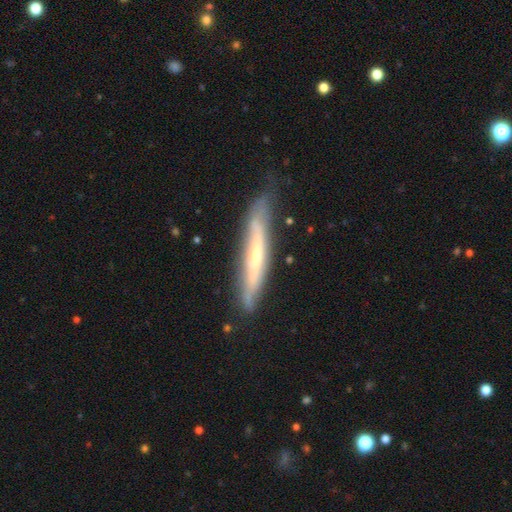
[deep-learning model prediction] A featured or disk galaxy (64%) viewed edge-on (78%).

Vote fractions:
- Smooth or featured? featured or disk: 64% / smooth: 30% / star or artifact: 6%
- Edge-on disk? yes: 78% / no: 22%
- Merging? none: 73% / minor disturbance: 21% / major disturbance: 4% / merger: 2%